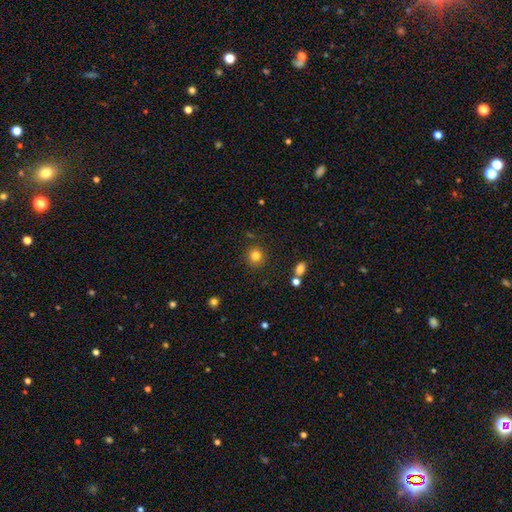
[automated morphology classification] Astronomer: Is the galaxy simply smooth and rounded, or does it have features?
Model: smooth — 82%.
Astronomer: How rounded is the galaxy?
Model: round — 90%.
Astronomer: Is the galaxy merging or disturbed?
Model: none — 85%.